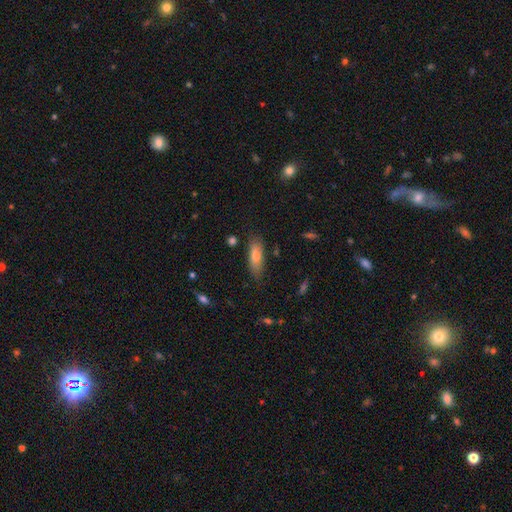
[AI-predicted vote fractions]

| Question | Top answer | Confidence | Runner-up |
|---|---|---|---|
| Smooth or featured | smooth | 81% | featured or disk (13%) |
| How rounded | in between | 64% | cigar-shaped (35%) |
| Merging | none | 75% | minor disturbance (18%) |